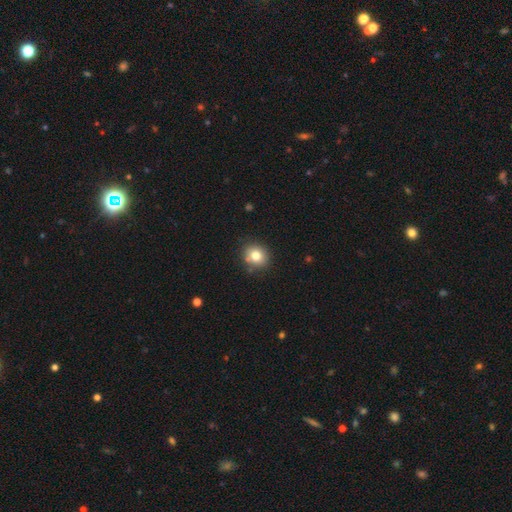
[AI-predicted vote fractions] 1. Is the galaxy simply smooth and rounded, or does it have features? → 79% smooth, 11% star or artifact, 10% featured or disk.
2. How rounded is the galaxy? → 75% round, 24% in between, 1% cigar-shaped.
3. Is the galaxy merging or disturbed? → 82% none, 11% minor disturbance, 4% merger, 3% major disturbance.